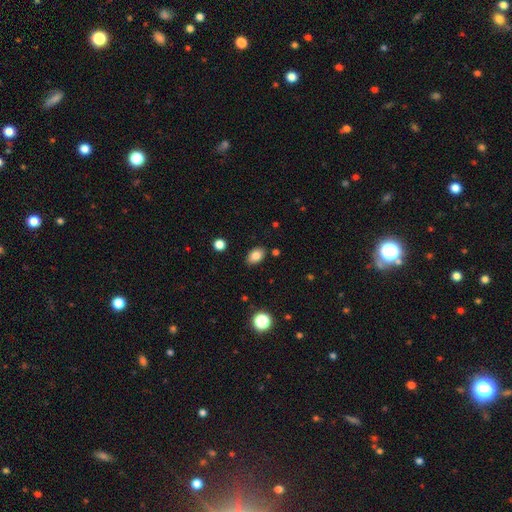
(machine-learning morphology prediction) This appears to be a smooth galaxy with no disk features (83%) that is in between round and cigar-shaped (86%). Merging: none (85%).